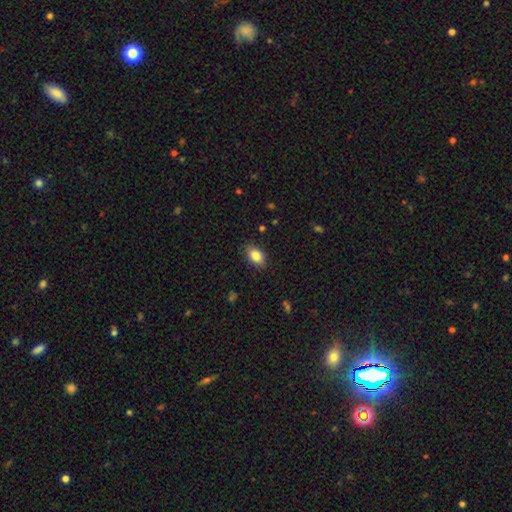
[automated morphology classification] The model was most divided on "smooth or featured": smooth: 84%, featured or disk: 8%, star or artifact: 8%. More confident: how rounded — in between (88%); merging — none (87%).